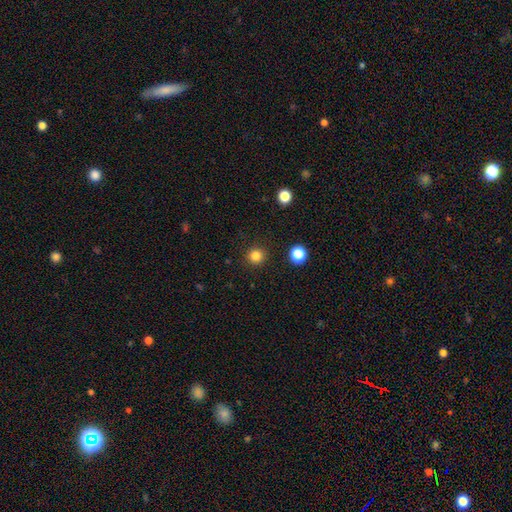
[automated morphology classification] type=smooth (83%); roundness=round (95%); merging=none (92%).